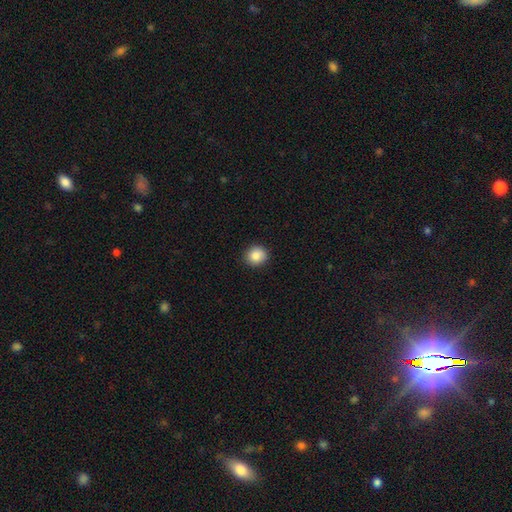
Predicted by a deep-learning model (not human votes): This appears to be a smooth galaxy with no disk features (85%) that is round (86%). Merging: none (91%).